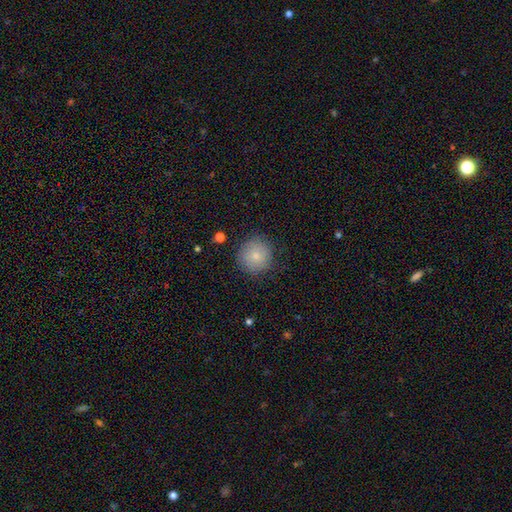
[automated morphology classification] Q: Smooth or featured?
A: smooth (80%); runner-up: featured or disk (11%)
Q: How rounded?
A: round (94%); runner-up: in between (5%)
Q: Merging?
A: none (83%); runner-up: minor disturbance (12%)